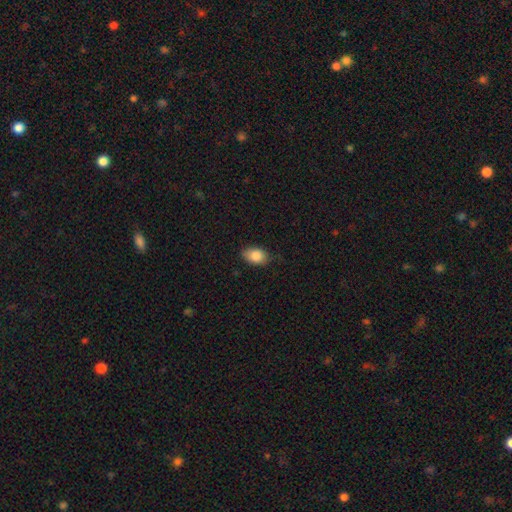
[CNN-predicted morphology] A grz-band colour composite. It shows a smooth galaxy with no disk features (86%) that is in between round and cigar-shaped (86%). Merging: none (76%).